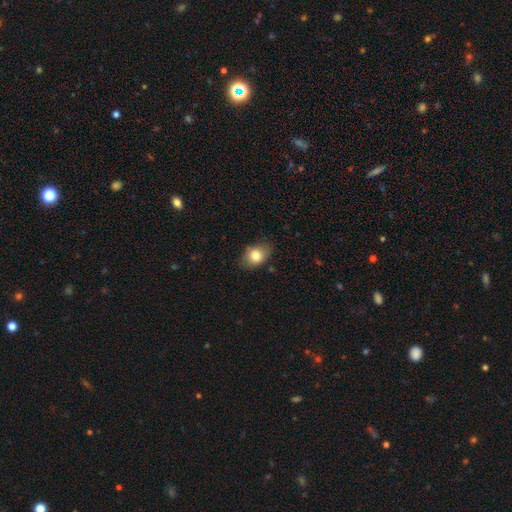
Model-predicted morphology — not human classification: smooth_or_featured: smooth (p=0.80) [alt: featured or disk p=0.12]
how_rounded: in between (p=0.76) [alt: round p=0.23]
merging: none (p=0.75) [alt: minor disturbance p=0.20]